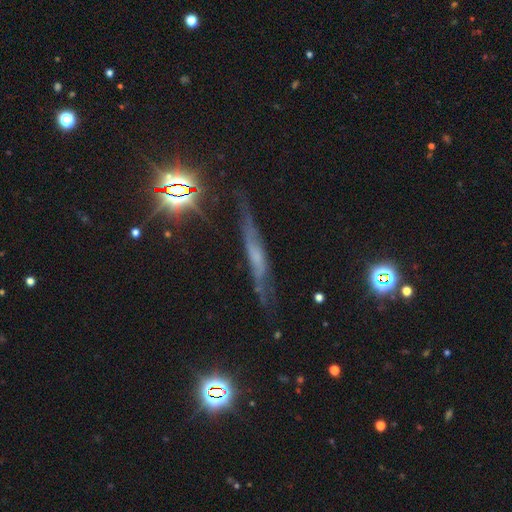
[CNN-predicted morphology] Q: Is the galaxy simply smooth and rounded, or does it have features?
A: featured or disk — 56%.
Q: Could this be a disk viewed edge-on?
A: yes — 86%.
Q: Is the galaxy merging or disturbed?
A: none — 76%.